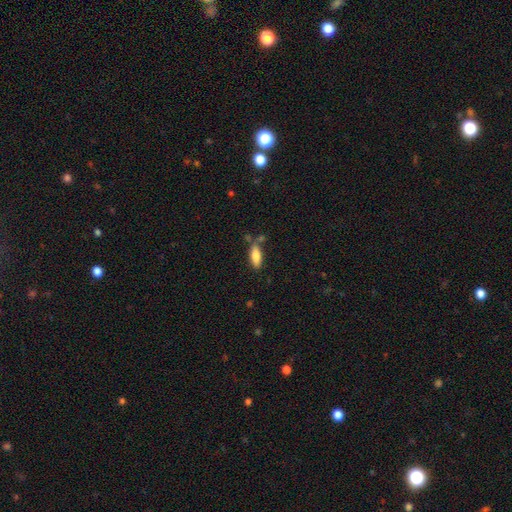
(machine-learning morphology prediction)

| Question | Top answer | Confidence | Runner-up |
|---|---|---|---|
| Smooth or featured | smooth | 79% | featured or disk (14%) |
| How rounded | in between | 73% | cigar-shaped (25%) |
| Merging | none | 65% | minor disturbance (18%) |